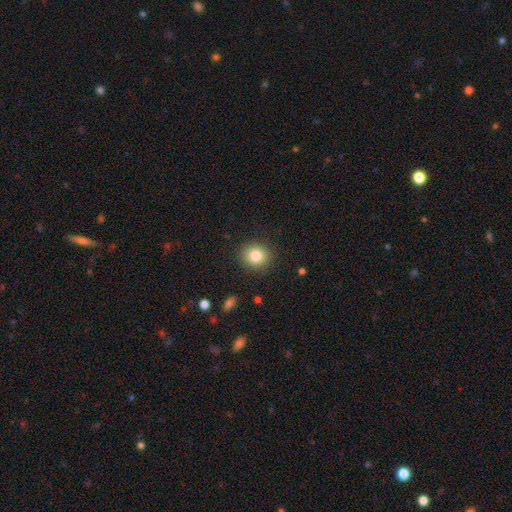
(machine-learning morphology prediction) Q: Smooth or featured?
A: smooth (82%); runner-up: star or artifact (10%)
Q: How rounded?
A: round (82%); runner-up: in between (17%)
Q: Merging?
A: none (89%); runner-up: minor disturbance (7%)